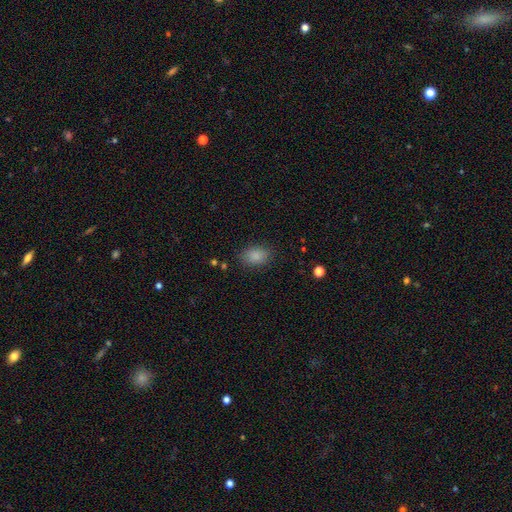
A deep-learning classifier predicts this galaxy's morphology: A smooth galaxy with no disk features (86%) that is in between round and cigar-shaped (81%).

Vote fractions:
- Smooth or featured? smooth: 86% / star or artifact: 9% / featured or disk: 5%
- How rounded? in between: 81% / round: 18% / cigar-shaped: 1%
- Merging? none: 84% / minor disturbance: 12% / major disturbance: 4% / merger: 1%